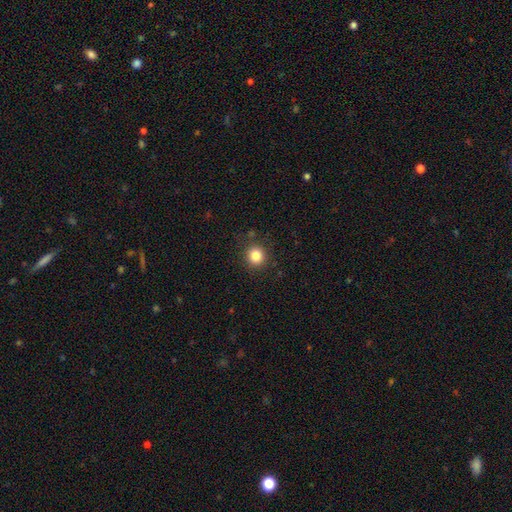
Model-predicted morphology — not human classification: Smooth or featured: smooth — 83% (star or artifact — 12%)
How rounded: round — 90% (in between — 9%)
Merging: none — 88% (minor disturbance — 8%)